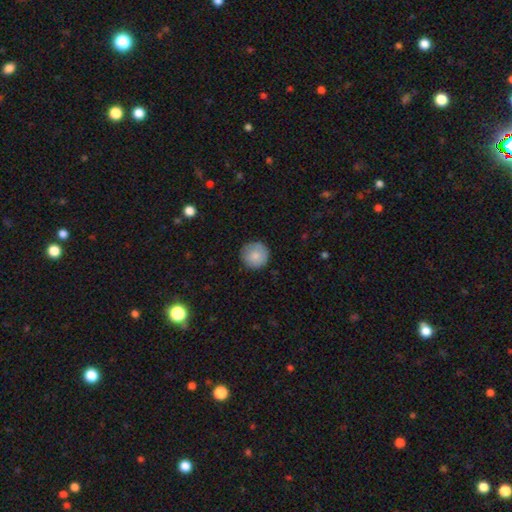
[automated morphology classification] A smooth galaxy with no disk features (82%) that is round (96%). Merging: none (86%).